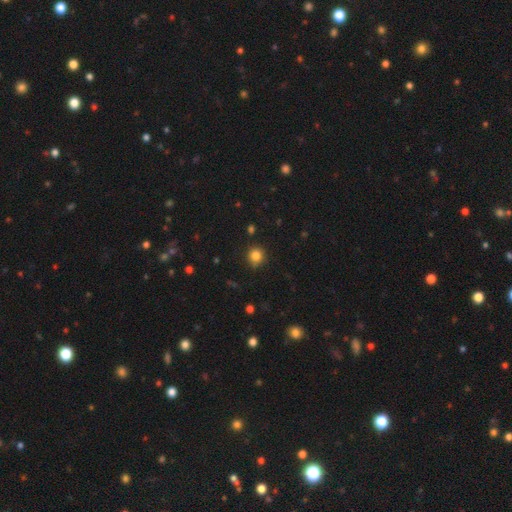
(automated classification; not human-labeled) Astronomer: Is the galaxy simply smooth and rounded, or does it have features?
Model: smooth — 83%.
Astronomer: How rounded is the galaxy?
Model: round — 90%.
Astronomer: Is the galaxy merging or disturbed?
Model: none — 86%.